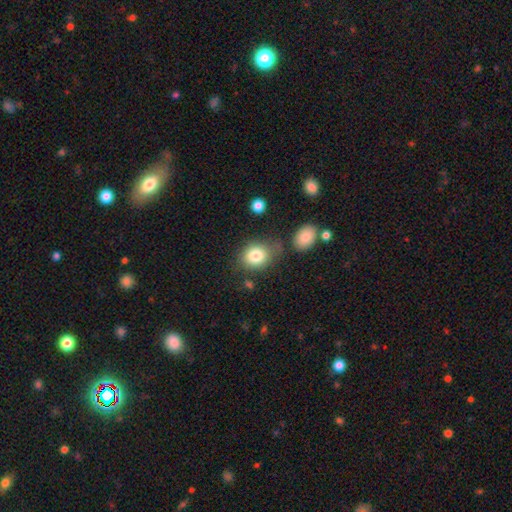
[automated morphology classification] Smooth or featured: smooth — 83% (star or artifact — 9%)
How rounded: round — 61% (in between — 38%)
Merging: none — 64% (minor disturbance — 17%)